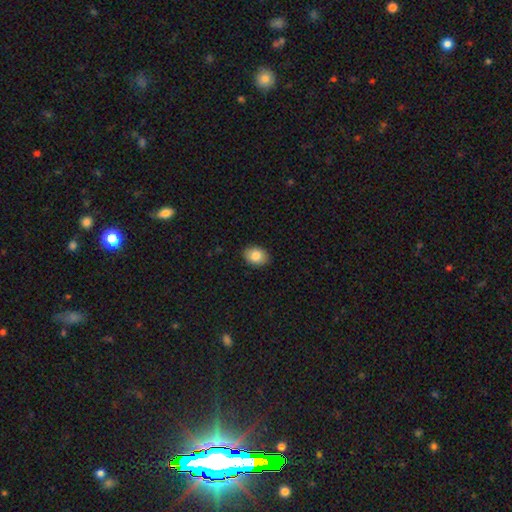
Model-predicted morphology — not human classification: This is clearly a smooth galaxy (84%). How rounded: likely in between (72%). Merging: clearly none (89%).